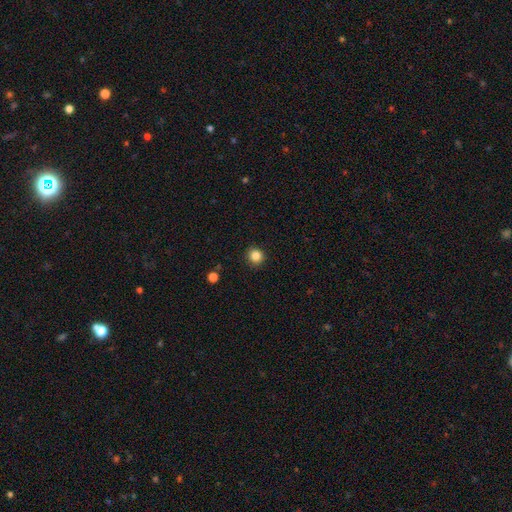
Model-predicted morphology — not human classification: Smooth or featured?
  - smooth: 85% *
  - star or artifact: 11%
  - featured or disk: 4%
How rounded?
  - round: 92% *
  - in between: 7%
  - cigar-shaped: 1%
Merging?
  - none: 92% *
  - minor disturbance: 6%
  - major disturbance: 2%
  - merger: 1%